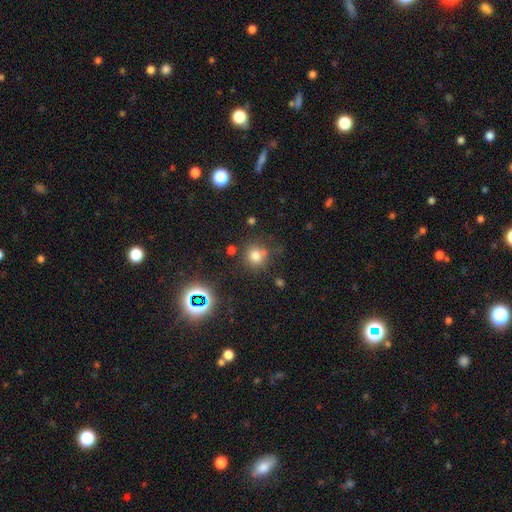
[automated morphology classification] The model was most divided on "smooth or featured": smooth: 73%, star or artifact: 19%, featured or disk: 8%. More confident: how rounded — round (88%); merging — none (70%).